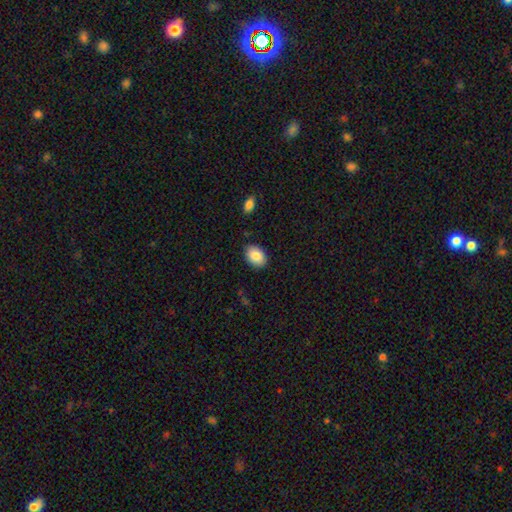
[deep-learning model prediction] smooth-or-featured: smooth: 86% | star or artifact: 7% | featured or disk: 7%
  how-rounded: in between: 79% | round: 20% | cigar-shaped: 1%
  merging: none: 86% | minor disturbance: 11% | major disturbance: 2% | merger: 2%